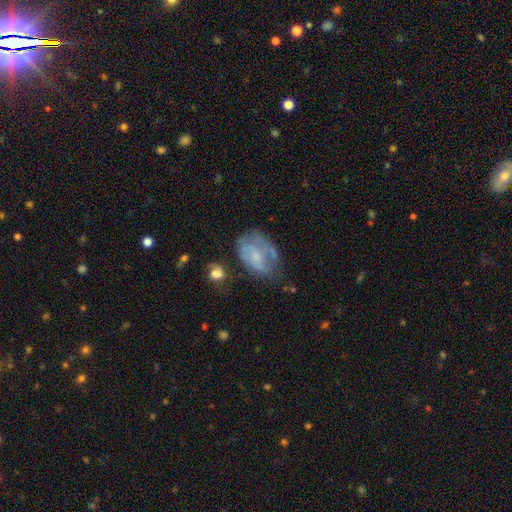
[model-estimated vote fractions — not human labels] smooth_or_featured: featured or disk (p=0.56) [alt: smooth p=0.35]
disk_edge_on: no (p=0.97) [alt: yes p=0.03]
bar: no (p=0.71) [alt: weak p=0.25]
has_spiral_arms: yes (p=0.50) [tied with: no p=0.50]
bulge_size: small (p=0.53) [alt: none p=0.22]
merging: none (p=0.46) [alt: minor disturbance p=0.29]